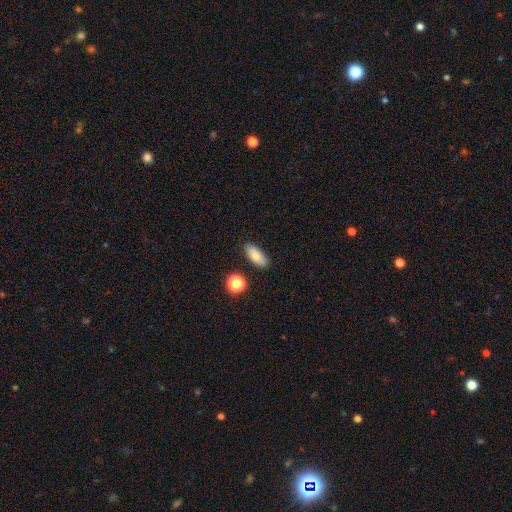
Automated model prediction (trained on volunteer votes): smooth-or-featured: smooth: 80% | featured or disk: 11% | star or artifact: 8%
  how-rounded: in between: 80% | cigar-shaped: 16% | round: 4%
  merging: none: 85% | minor disturbance: 10% | merger: 3% | major disturbance: 2%